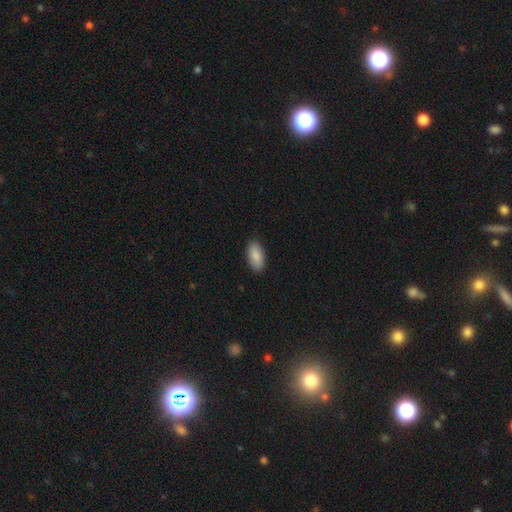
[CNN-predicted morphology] smooth-or-featured: smooth: 88% | star or artifact: 6% | featured or disk: 6%
  how-rounded: in between: 94% | cigar-shaped: 4% | round: 3%
  merging: none: 89% | minor disturbance: 9% | major disturbance: 2% | merger: 1%